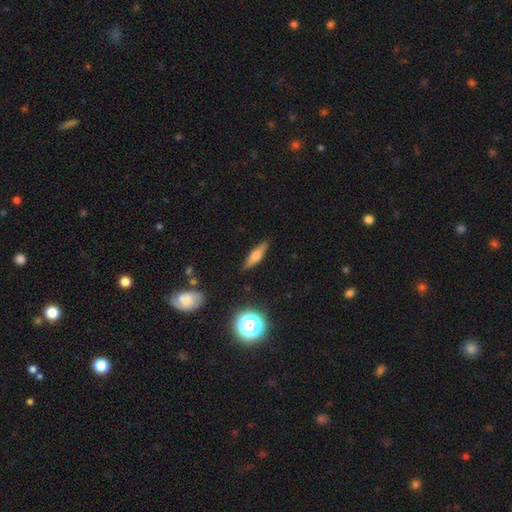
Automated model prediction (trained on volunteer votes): smooth_or_featured: smooth (p=0.51) [alt: featured or disk p=0.40]
how_rounded: cigar-shaped (p=0.59) [alt: in between p=0.37]
merging: none (p=0.86) [alt: minor disturbance p=0.10]